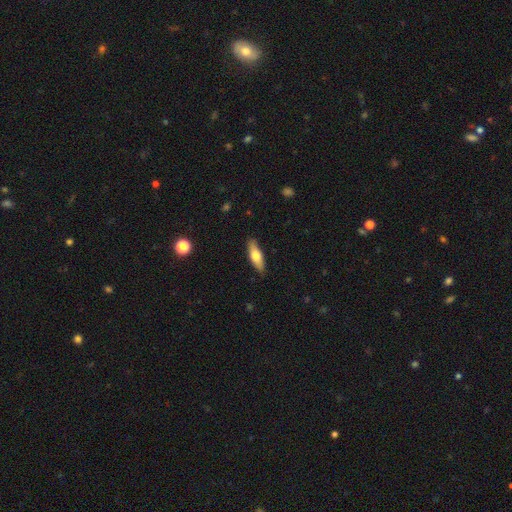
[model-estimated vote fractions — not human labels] A smooth galaxy with no disk features (65%) that is cigar-shaped (51%).

Vote fractions:
- Smooth or featured? smooth: 65% / featured or disk: 29% / star or artifact: 6%
- How rounded? cigar-shaped: 51% / in between: 47% / round: 2%
- Merging? none: 88% / minor disturbance: 10% / major disturbance: 2% / merger: 1%